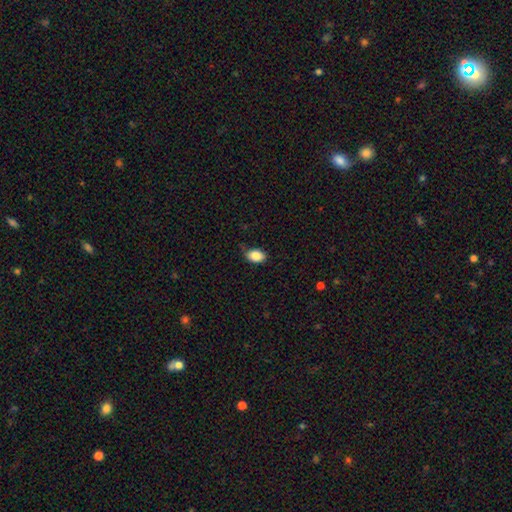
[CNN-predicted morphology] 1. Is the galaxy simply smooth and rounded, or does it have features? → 86% smooth, 8% star or artifact, 6% featured or disk.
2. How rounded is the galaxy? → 85% in between, 14% round, 1% cigar-shaped.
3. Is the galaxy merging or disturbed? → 70% none, 24% minor disturbance, 5% major disturbance, 1% merger.